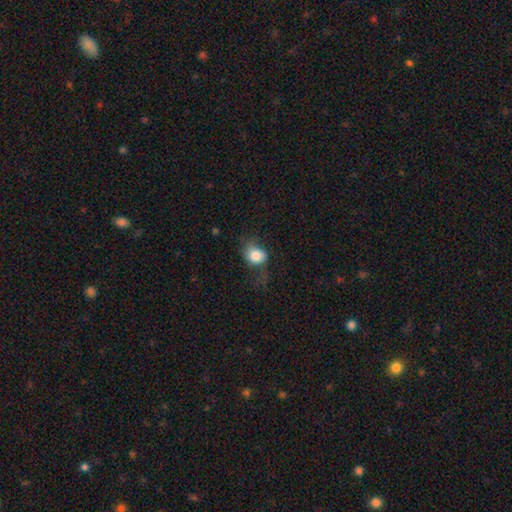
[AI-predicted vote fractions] Smooth or featured? smooth (78%)
How rounded? in between (51%)
Merging? none (42%)